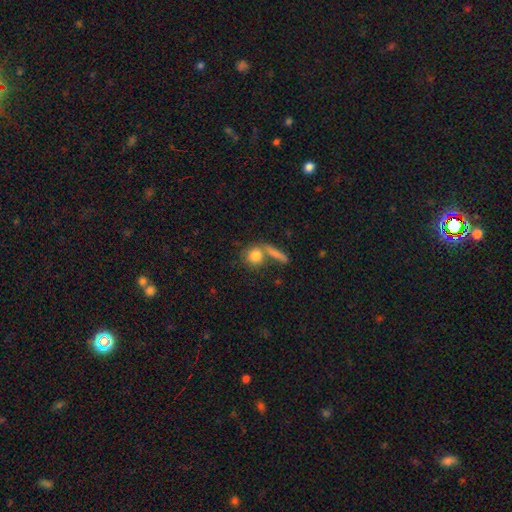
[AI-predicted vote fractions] smooth 80%, featured or disk 11%, star or artifact 9%. Down the decision tree: how rounded — round (78%); merging — none (56%).